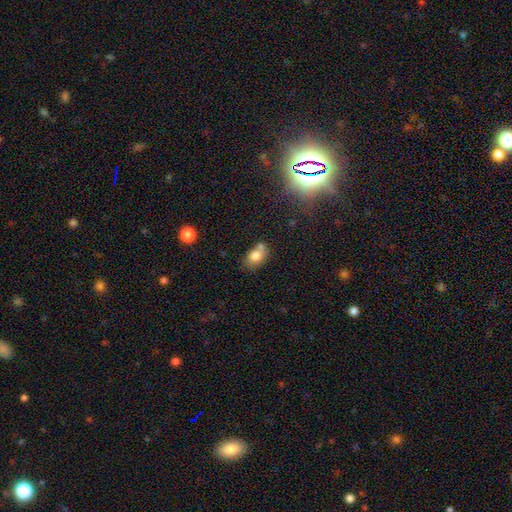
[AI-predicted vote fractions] This is likely a smooth galaxy (77%). How rounded: likely in between (72%). Merging: possibly none (46%).